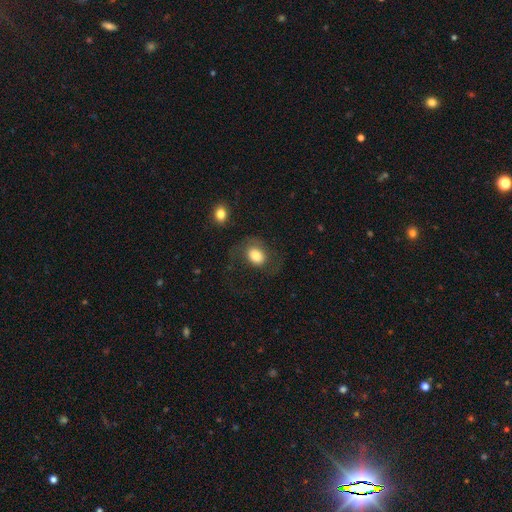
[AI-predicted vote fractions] smooth 73%, featured or disk 19%, star or artifact 8%. Down the decision tree: how rounded — in between (61%); merging — none (52%).